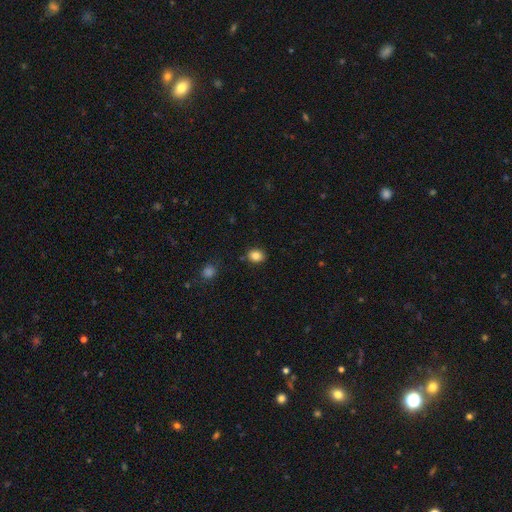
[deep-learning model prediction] Morphology: type=smooth (84%); roundness=round (59%); merging=none (86%).